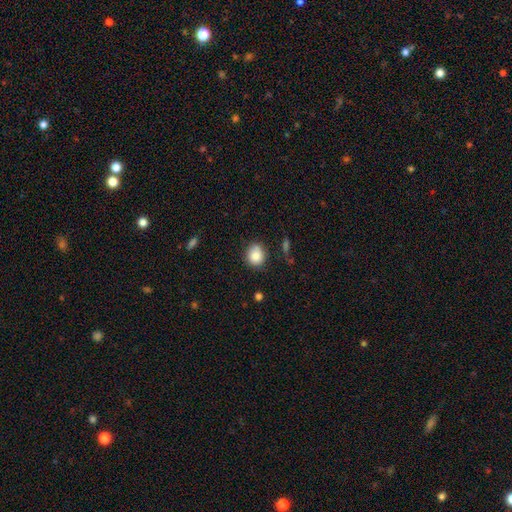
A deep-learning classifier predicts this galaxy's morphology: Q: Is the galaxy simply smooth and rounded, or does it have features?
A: smooth — 85%.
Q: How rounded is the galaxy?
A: round — 77%.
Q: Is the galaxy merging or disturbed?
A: none — 77%.